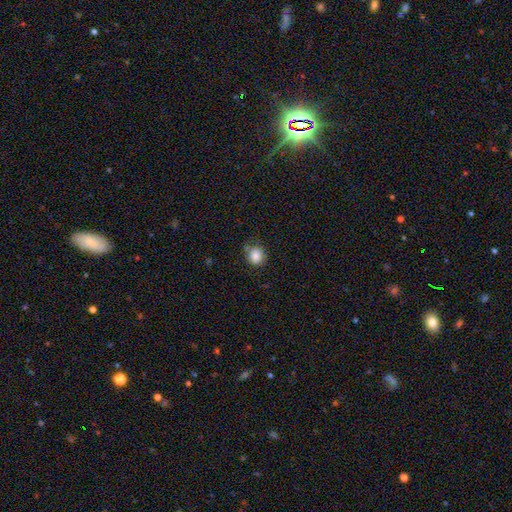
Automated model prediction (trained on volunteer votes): Smooth or featured? Predicted: smooth (p=0.86). How rounded? Predicted: round (p=0.74). Merging? Predicted: none (p=0.71).